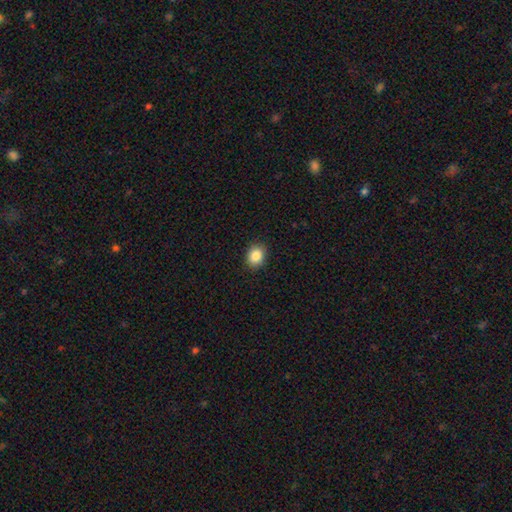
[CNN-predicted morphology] Smooth or featured: smooth — 86% (star or artifact — 9%)
How rounded: round — 54% (in between — 45%)
Merging: none — 90% (minor disturbance — 7%)